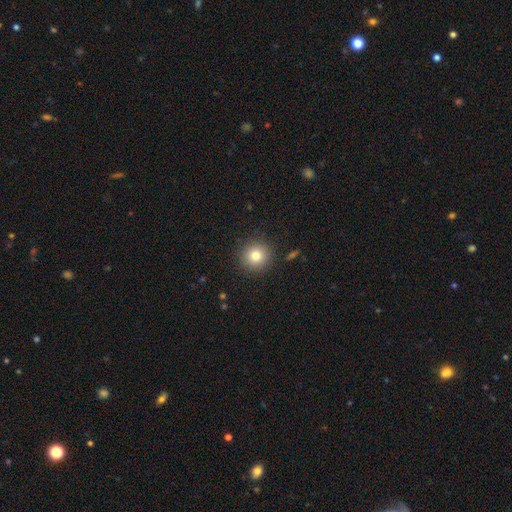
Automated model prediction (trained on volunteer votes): Q: Smooth or featured?
A: smooth (80%); runner-up: star or artifact (12%)
Q: How rounded?
A: round (94%); runner-up: in between (5%)
Q: Merging?
A: none (90%); runner-up: minor disturbance (6%)